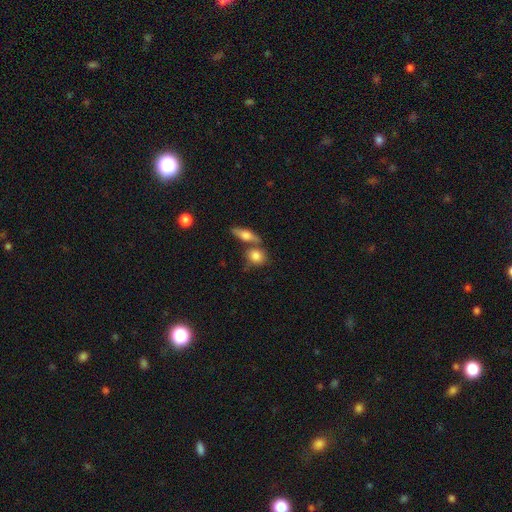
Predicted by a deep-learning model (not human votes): This is likely a smooth galaxy (80%). How rounded: likely round (63%). Merging: possibly none (51%).